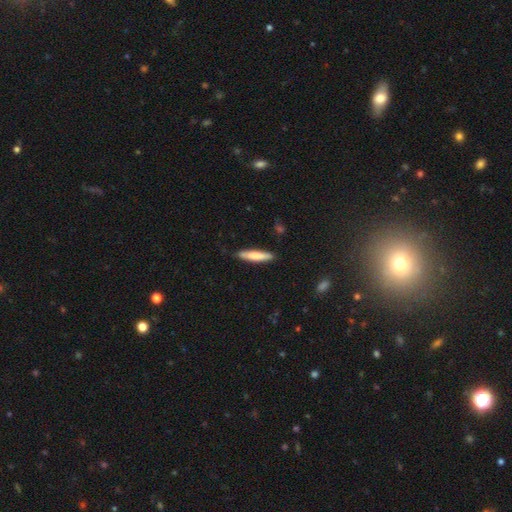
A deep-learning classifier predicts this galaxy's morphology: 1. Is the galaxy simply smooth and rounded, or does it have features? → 77% smooth, 18% featured or disk, 5% star or artifact.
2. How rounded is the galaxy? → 86% cigar-shaped, 13% in between, 1% round.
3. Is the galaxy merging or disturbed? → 86% none, 11% minor disturbance, 2% major disturbance, 1% merger.